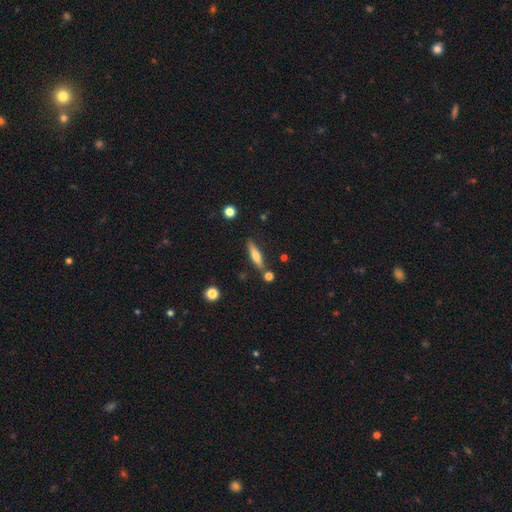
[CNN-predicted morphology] Smooth or featured: smooth — 53% (featured or disk — 40%)
How rounded: cigar-shaped — 80% (in between — 18%)
Merging: none — 77% (minor disturbance — 11%)